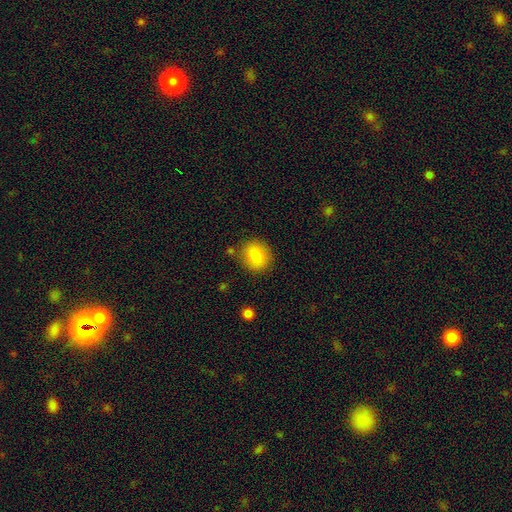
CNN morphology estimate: smooth 83%, star or artifact 9%, featured or disk 9%. Down the decision tree: how rounded — round (74%); merging — none (84%).